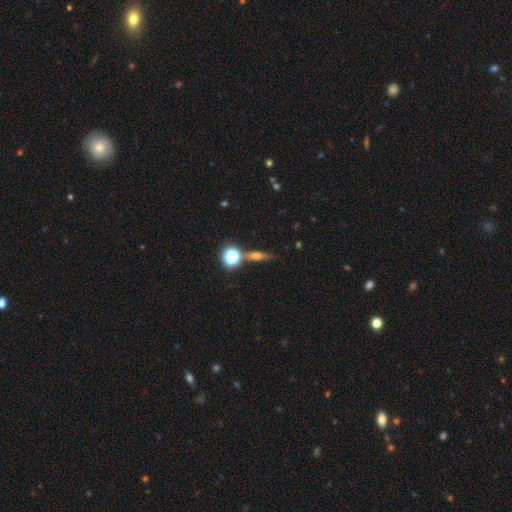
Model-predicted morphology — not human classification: Smooth or featured? smooth (42%)
Merging? none (75%)